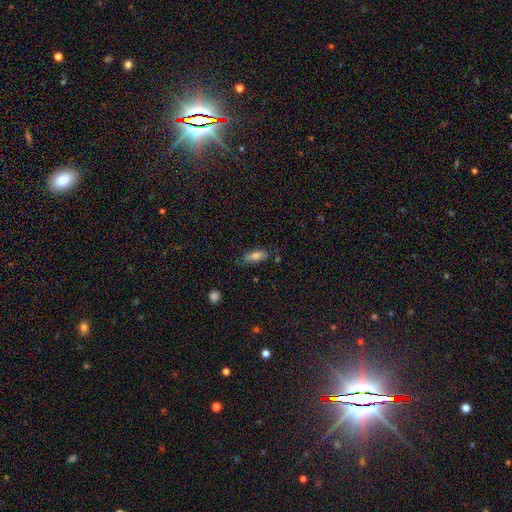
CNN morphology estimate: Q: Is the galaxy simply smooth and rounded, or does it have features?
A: smooth — 73%.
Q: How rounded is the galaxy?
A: in between — 74%.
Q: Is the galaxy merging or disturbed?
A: none — 67%.